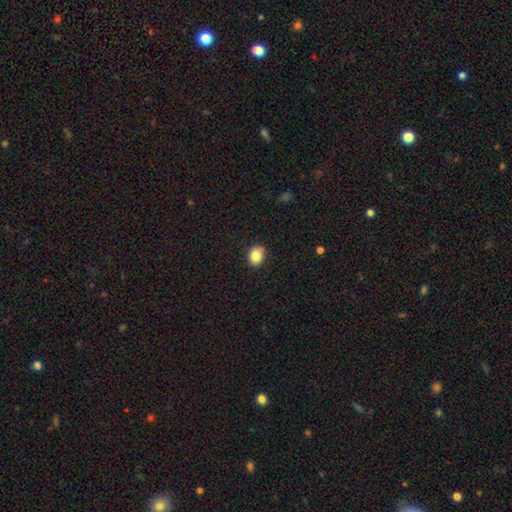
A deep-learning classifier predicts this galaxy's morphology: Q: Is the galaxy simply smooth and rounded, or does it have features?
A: smooth — 85%.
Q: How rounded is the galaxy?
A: round — 50%.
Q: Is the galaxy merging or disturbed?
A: none — 86%.